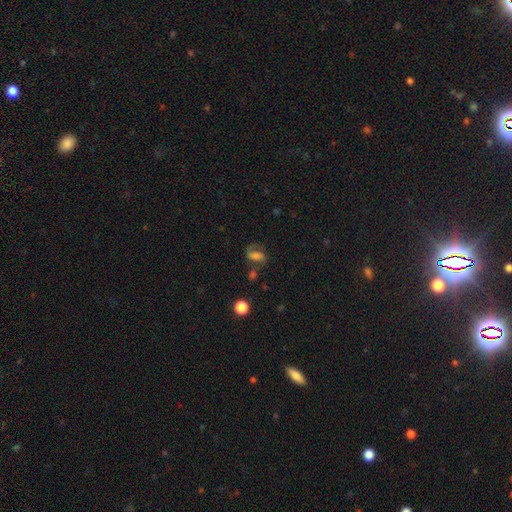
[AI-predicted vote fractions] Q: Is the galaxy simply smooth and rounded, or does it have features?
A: smooth — 44%.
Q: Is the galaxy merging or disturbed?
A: none — 49%.